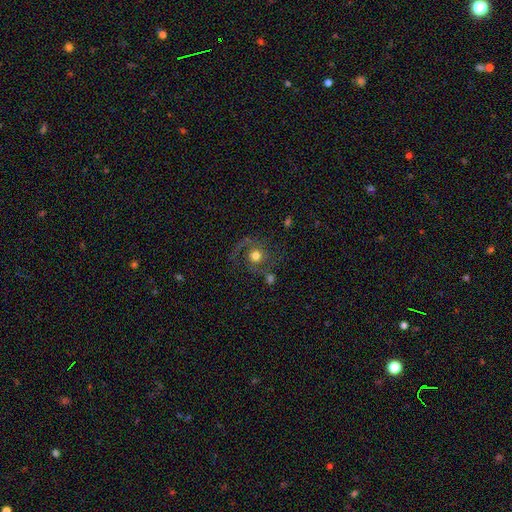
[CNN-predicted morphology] Overall: featured or disk (67%). Edge-on disk: no (97%). Bar: no (76%). Spiral arms: yes (90%). Spiral arm count: 2 (82%). Spiral winding: medium (51%; loose 32%). Bulge size: moderate (68%). Merging: none (65%).